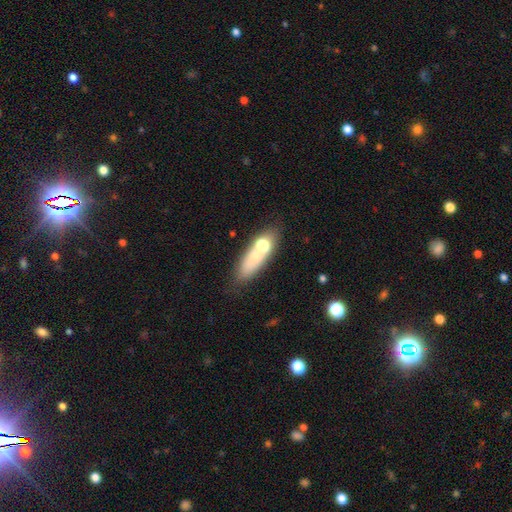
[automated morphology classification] Smooth or featured?
  - smooth: 63% *
  - featured or disk: 27%
  - star or artifact: 10%
How rounded?
  - in between: 53% *
  - cigar-shaped: 40%
  - round: 7%
Merging?
  - none: 58% *
  - merger: 22%
  - minor disturbance: 14%
  - major disturbance: 6%